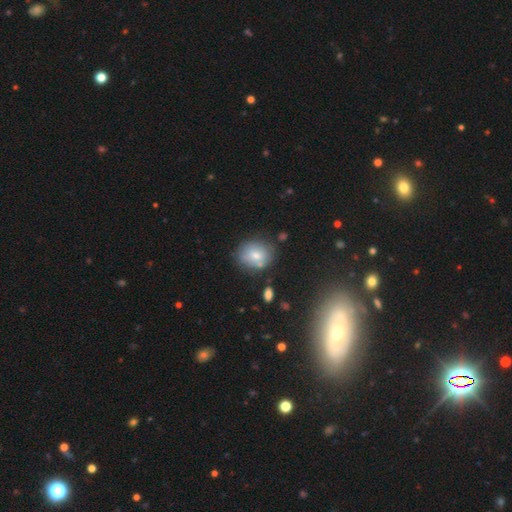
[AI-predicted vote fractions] Smooth or featured: smooth — 72% (featured or disk — 19%)
How rounded: round — 62% (in between — 37%)
Merging: none — 69% (minor disturbance — 18%)